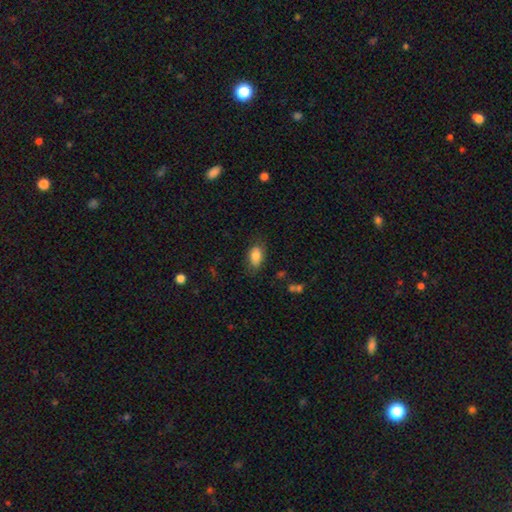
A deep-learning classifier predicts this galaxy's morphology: A smooth galaxy with no disk features (82%) that is in between round and cigar-shaped (89%). Merging: none (73%).